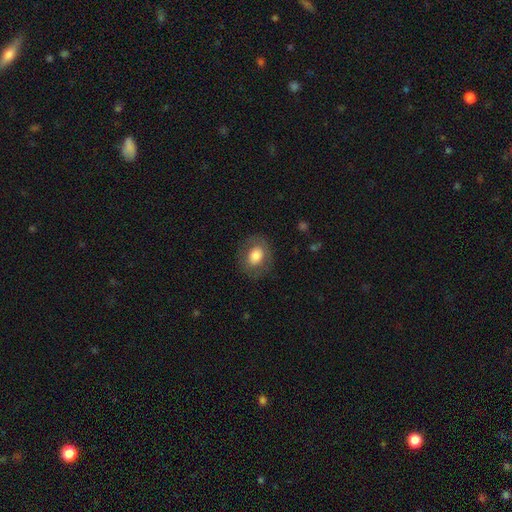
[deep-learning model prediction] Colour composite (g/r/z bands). It shows a smooth galaxy with no disk features (72%) that is round (53%). Merging: none (82%).